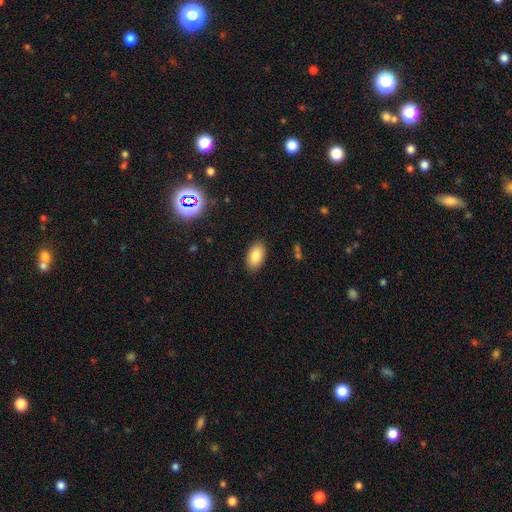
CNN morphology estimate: Smooth or featured?
  - smooth: 84% *
  - star or artifact: 8%
  - featured or disk: 8%
How rounded?
  - in between: 94% *
  - round: 4%
  - cigar-shaped: 2%
Merging?
  - none: 88% *
  - minor disturbance: 9%
  - major disturbance: 2%
  - merger: 1%